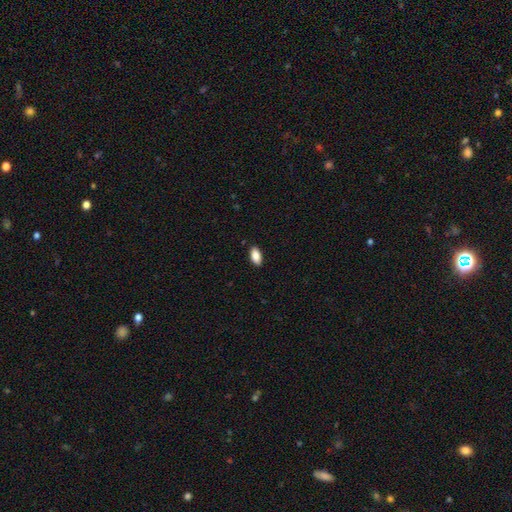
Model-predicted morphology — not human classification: Overall: smooth (86%). How rounded: in between (91%). Merging: none (89%).